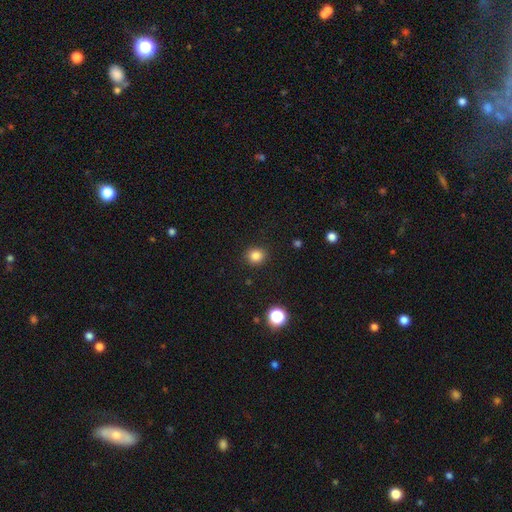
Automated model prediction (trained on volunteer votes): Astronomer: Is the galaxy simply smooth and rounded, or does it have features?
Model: smooth — 84%.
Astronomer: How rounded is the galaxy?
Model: round — 83%.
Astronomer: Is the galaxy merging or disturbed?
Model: none — 90%.